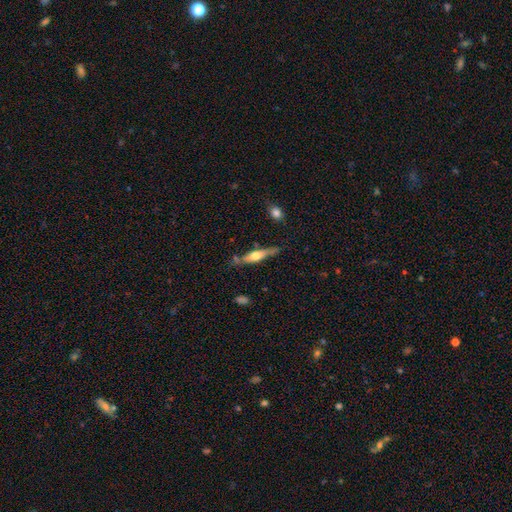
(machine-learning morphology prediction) A featured or disk galaxy (49%).

Vote fractions:
- Smooth or featured? featured or disk: 49% / smooth: 45% / star or artifact: 6%
- Merging? none: 69% / minor disturbance: 20% / merger: 6% / major disturbance: 5%